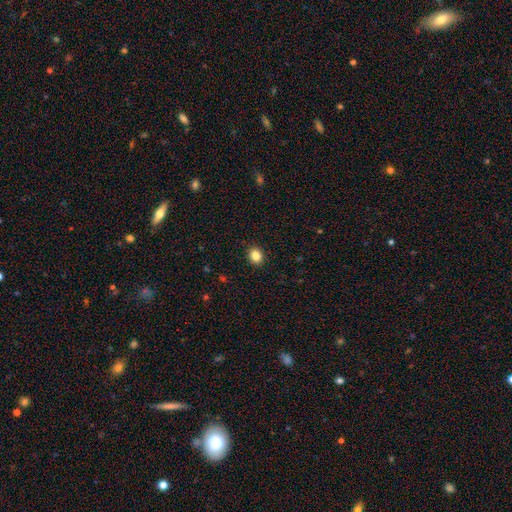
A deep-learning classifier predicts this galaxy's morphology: A smooth galaxy with no disk features (85%) that is round (67%). Merging: none (92%).